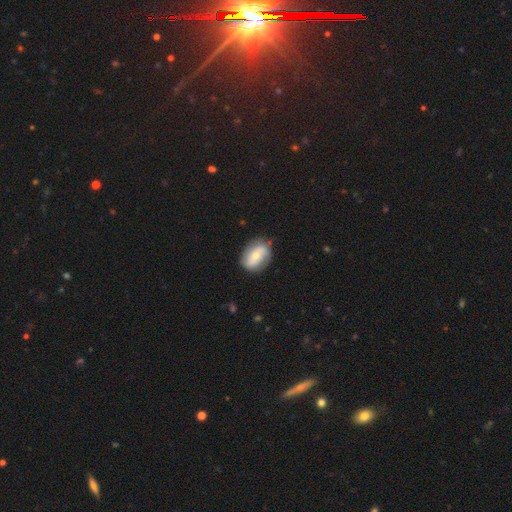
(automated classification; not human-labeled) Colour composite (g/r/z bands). It shows a featured or disk galaxy (47%). Merging: none (77%).